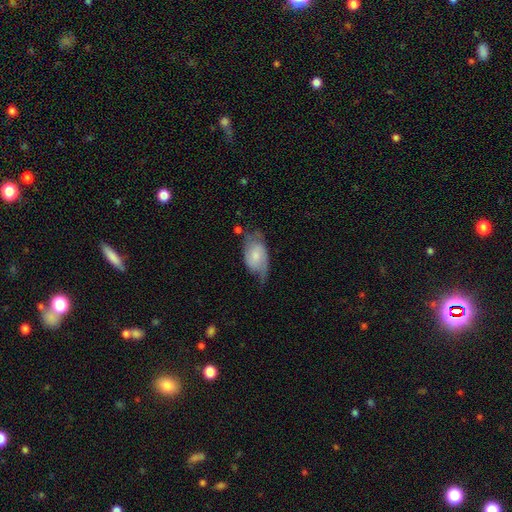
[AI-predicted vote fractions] This is possibly a featured or disk galaxy (49%). Merging: marginally none (42%).